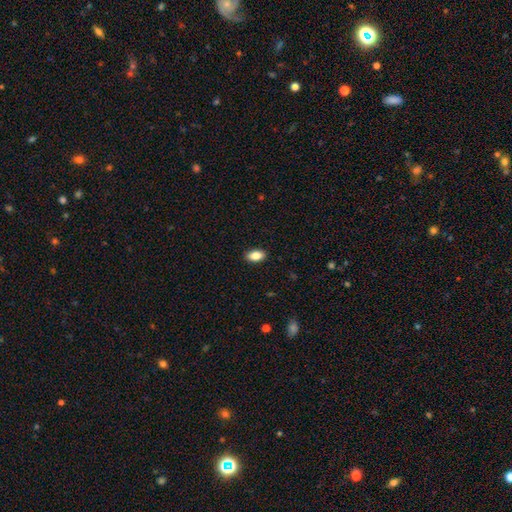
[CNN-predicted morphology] type=smooth (85%); roundness=in between (91%); merging=none (90%).